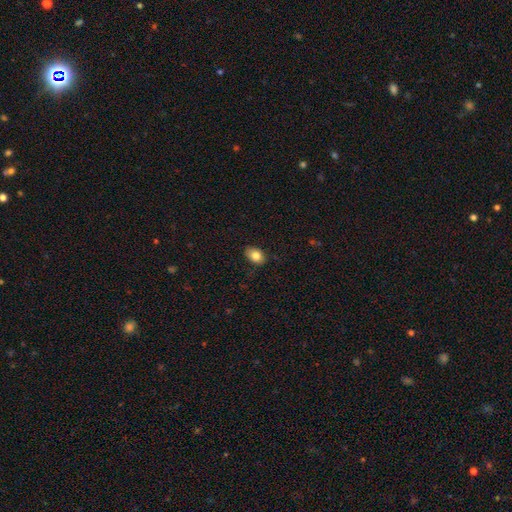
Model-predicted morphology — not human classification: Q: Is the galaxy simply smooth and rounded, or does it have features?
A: smooth — 83%.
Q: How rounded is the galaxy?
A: in between — 83%.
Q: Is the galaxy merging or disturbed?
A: none — 83%.